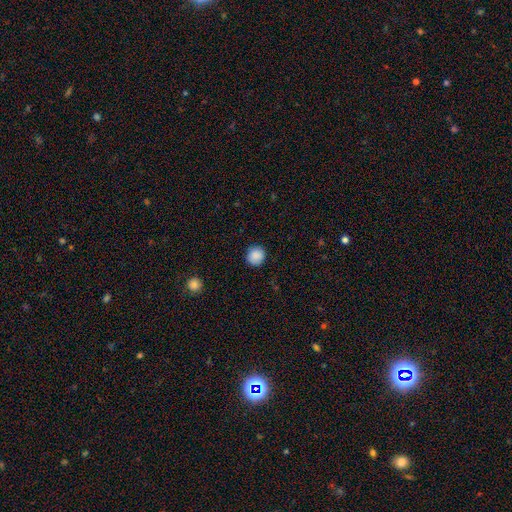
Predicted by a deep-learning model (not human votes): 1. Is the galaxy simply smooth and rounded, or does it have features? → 88% smooth, 8% star or artifact, 4% featured or disk.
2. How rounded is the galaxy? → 92% round, 7% in between, 1% cigar-shaped.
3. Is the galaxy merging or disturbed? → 88% none, 8% minor disturbance, 2% major disturbance, 1% merger.